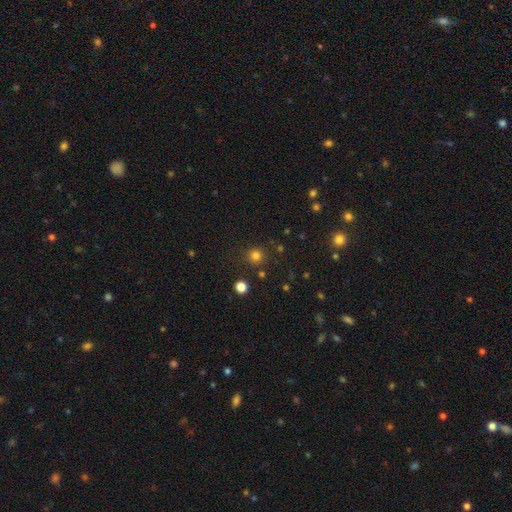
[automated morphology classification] smooth_or_featured: smooth (p=0.79) [alt: star or artifact p=0.17]
how_rounded: round (p=0.93) [alt: in between p=0.06]
merging: none (p=0.87) [alt: minor disturbance p=0.07]